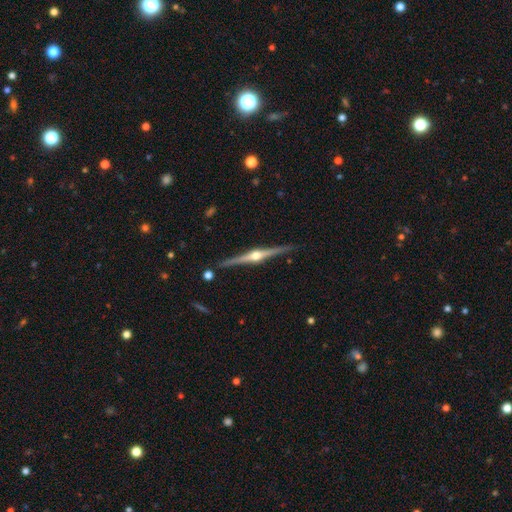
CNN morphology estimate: Smooth or featured?
  - featured or disk: 88% *
  - smooth: 7%
  - star or artifact: 5%
Edge-on disk?
  - yes: 99% *
  - no: 1%
Edge-on bulge?
  - rounded: 96% *
  - boxy: 3%
  - none: 2%
Merging?
  - none: 90% *
  - minor disturbance: 7%
  - merger: 2%
  - major disturbance: 1%